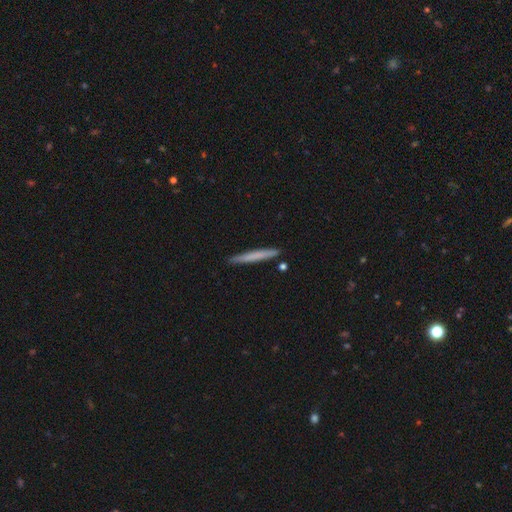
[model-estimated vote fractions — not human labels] Overall: smooth (66%; featured or disk 28%). How rounded: cigar-shaped (97%). Merging: none (89%).